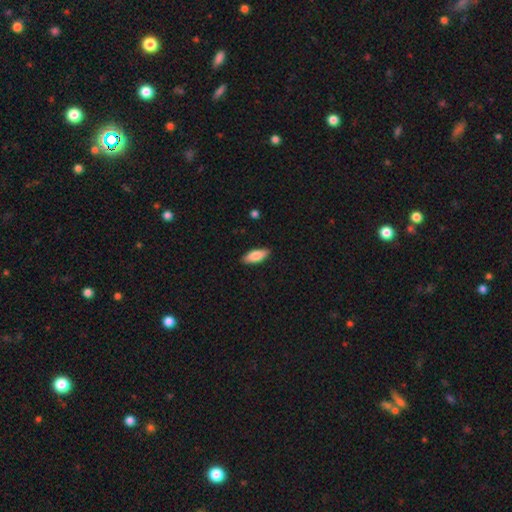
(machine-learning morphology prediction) This appears to be a smooth galaxy with no disk features (81%) that is in between round and cigar-shaped (75%). Merging: none (88%).